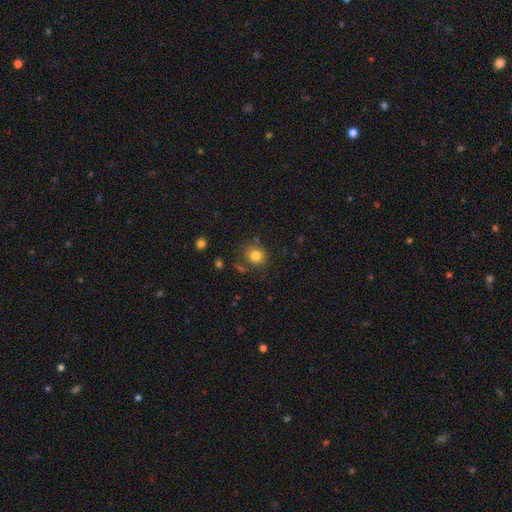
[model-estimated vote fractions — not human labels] Smooth or featured: smooth — 81% (star or artifact — 12%)
How rounded: round — 79% (in between — 20%)
Merging: none — 77% (minor disturbance — 13%)